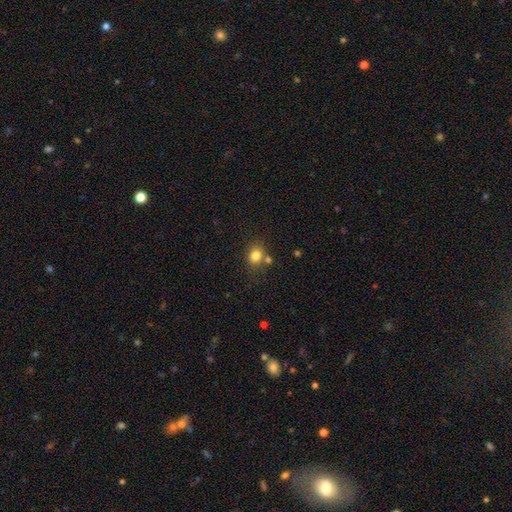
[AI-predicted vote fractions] smooth_or_featured: smooth (p=0.81) [alt: star or artifact p=0.12]
how_rounded: round (p=0.70) [alt: in between p=0.29]
merging: none (p=0.68) [alt: merger p=0.16]